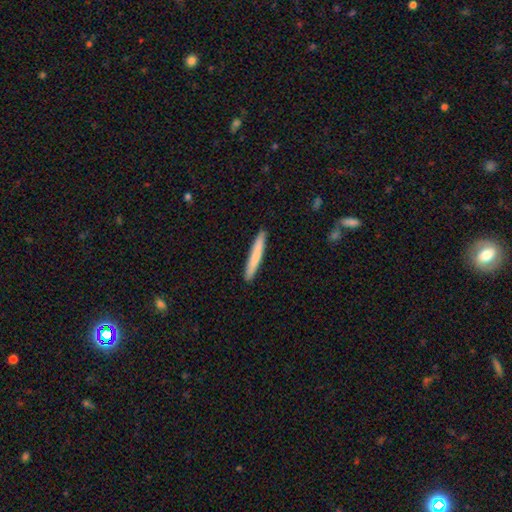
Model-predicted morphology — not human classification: type=smooth (74%); roundness=cigar-shaped (96%); merging=none (92%).